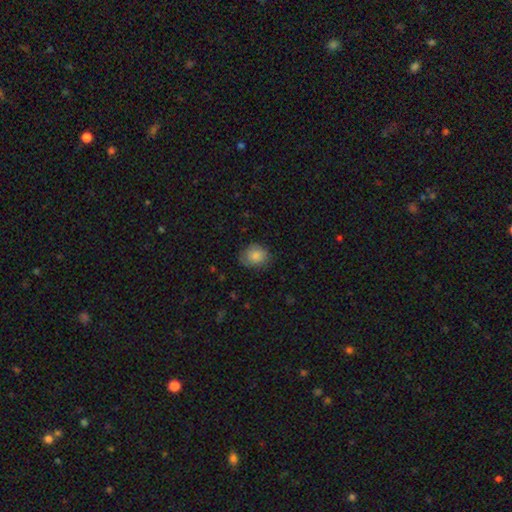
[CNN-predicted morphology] The model was most divided on "how rounded": round: 58%, in between: 41%, cigar-shaped: 1%. More confident: smooth or featured — smooth (83%); merging — none (73%).